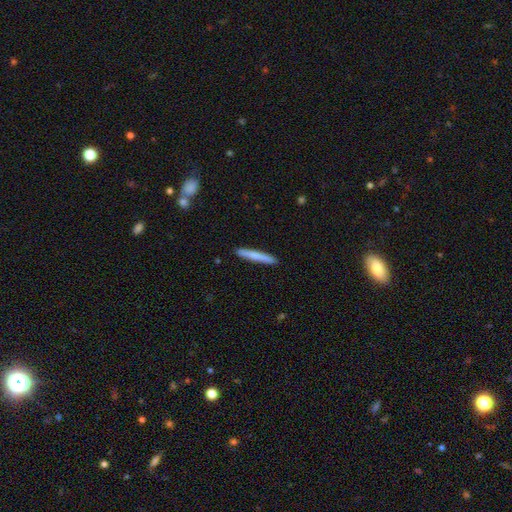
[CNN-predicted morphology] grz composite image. It shows a smooth galaxy with no disk features (70%) that is cigar-shaped (96%). Merging: none (92%).